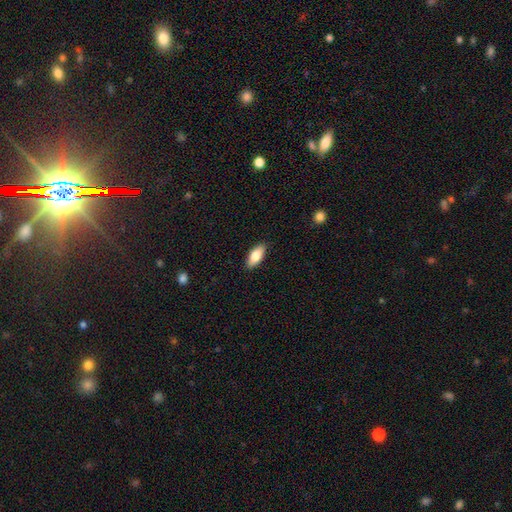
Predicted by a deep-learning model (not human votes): This is clearly a smooth galaxy (81%). How rounded: clearly in between (86%). Merging: clearly none (88%).